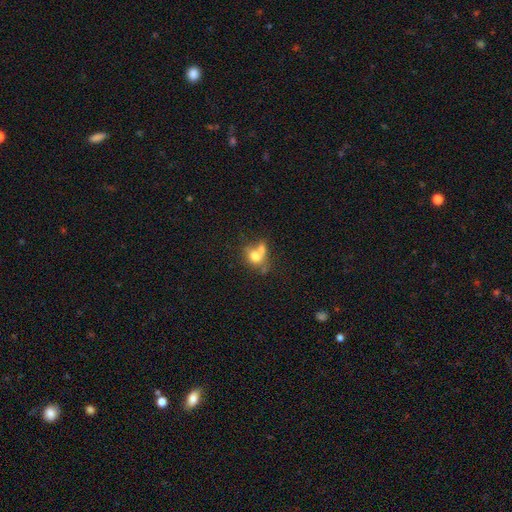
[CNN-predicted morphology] The model was most divided on "how rounded": round: 56%, in between: 43%, cigar-shaped: 1%. More confident: smooth or featured — smooth (71%); merging — merger (53%).